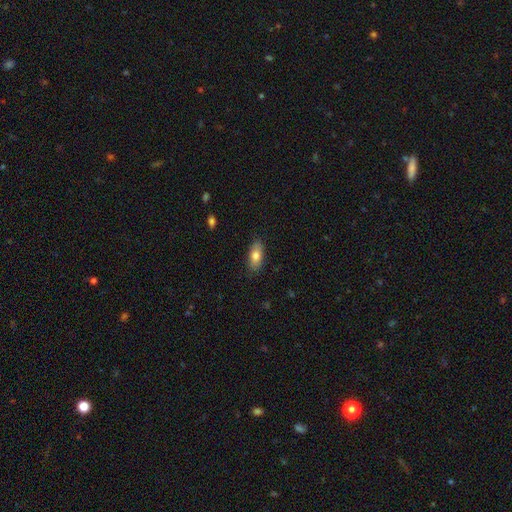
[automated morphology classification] This is likely a smooth galaxy (80%). How rounded: clearly in between (87%). Merging: clearly none (86%).